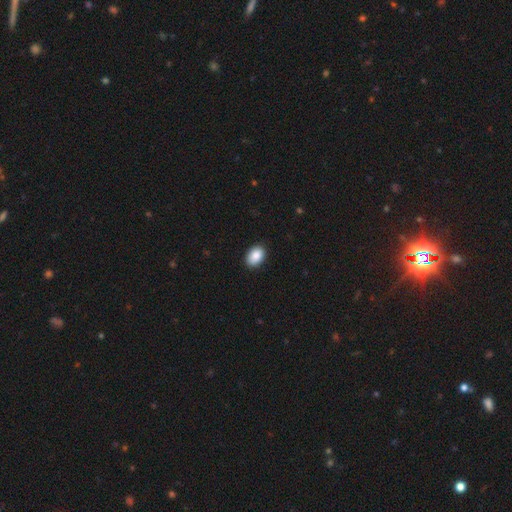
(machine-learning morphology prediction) type=smooth (89%); roundness=in between (84%); merging=none (89%).